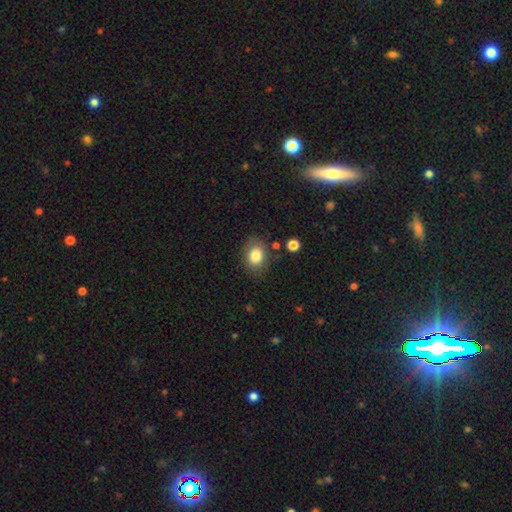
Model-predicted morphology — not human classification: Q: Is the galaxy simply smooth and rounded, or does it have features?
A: smooth — 81%.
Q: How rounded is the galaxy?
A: in between — 55%.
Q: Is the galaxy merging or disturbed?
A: none — 78%.